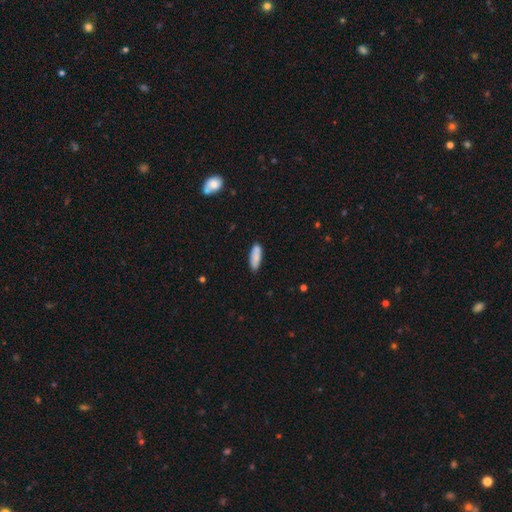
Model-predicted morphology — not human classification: The model was most divided on "how rounded": in between: 61%, cigar-shaped: 38%, round: 2%. More confident: smooth or featured — smooth (86%); merging — none (83%).